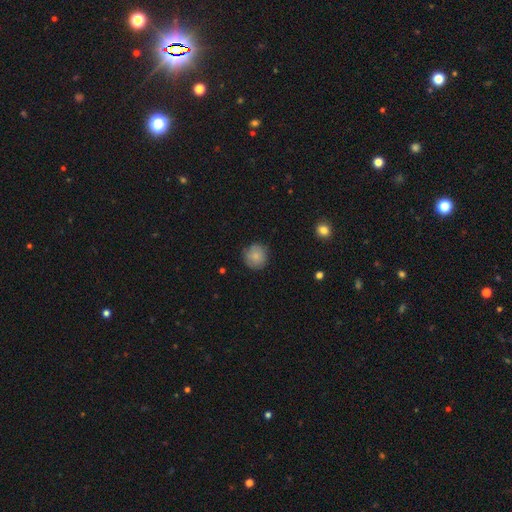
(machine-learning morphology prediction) smooth 81%, featured or disk 11%, star or artifact 8%. Down the decision tree: how rounded — round (93%); merging — none (82%).